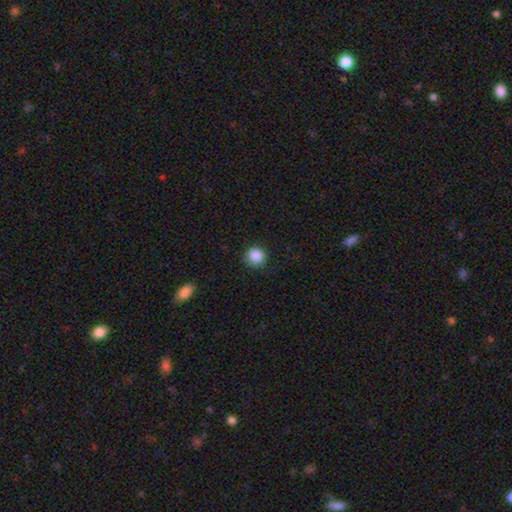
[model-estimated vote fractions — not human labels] This appears to be a smooth galaxy with no disk features (88%) that is round (93%). Merging: none (88%).